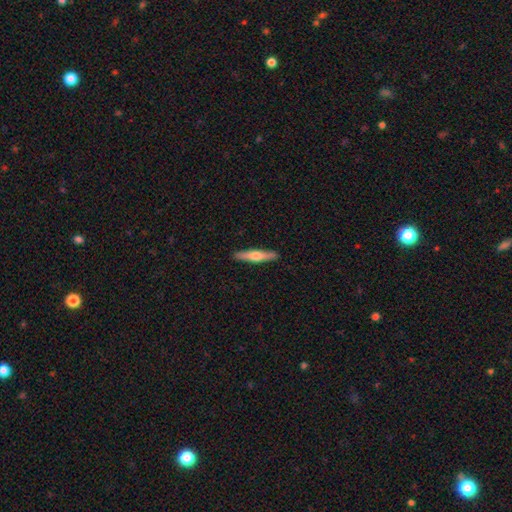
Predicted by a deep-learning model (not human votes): The model was most divided on "smooth or featured": smooth: 48%, featured or disk: 47%, star or artifact: 5%. More confident: merging — none (91%).